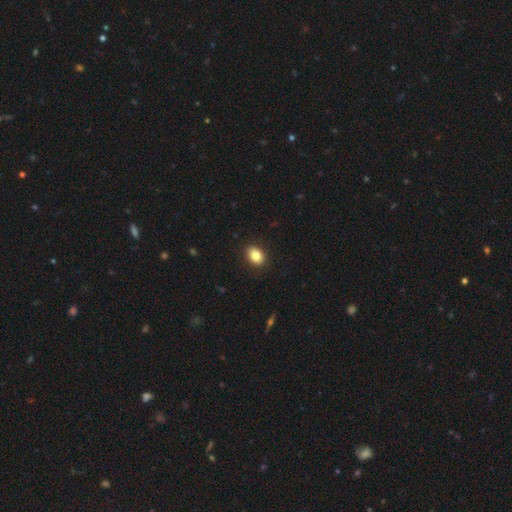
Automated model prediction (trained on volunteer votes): Smooth or featured? smooth (85%)
How rounded? in between (74%)
Merging? none (90%)